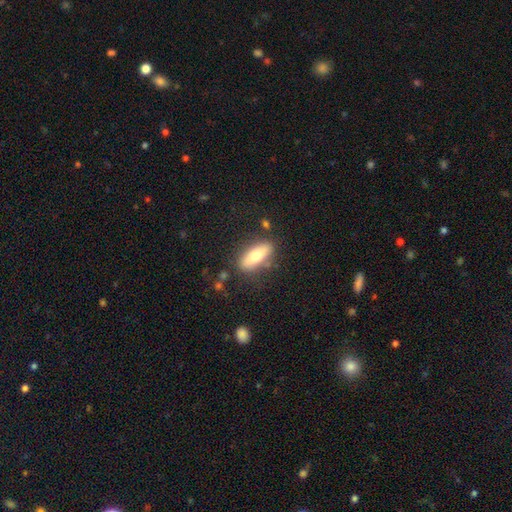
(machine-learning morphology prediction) Smooth or featured: smooth — 62% (featured or disk — 31%)
How rounded: in between — 67% (cigar-shaped — 29%)
Merging: none — 81% (minor disturbance — 12%)